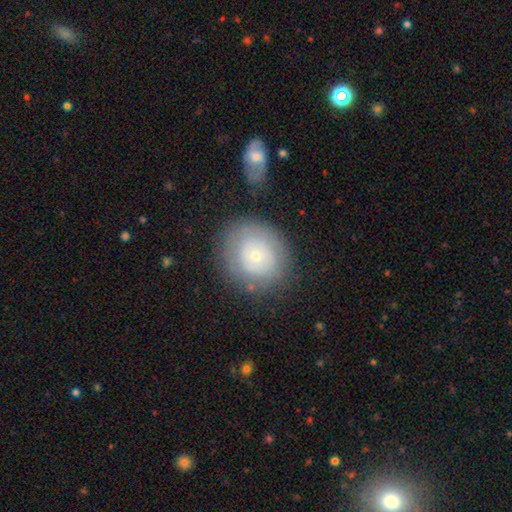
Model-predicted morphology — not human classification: Overall: smooth (52%; featured or disk 40%). How rounded: round (81%). Merging: none (76%).